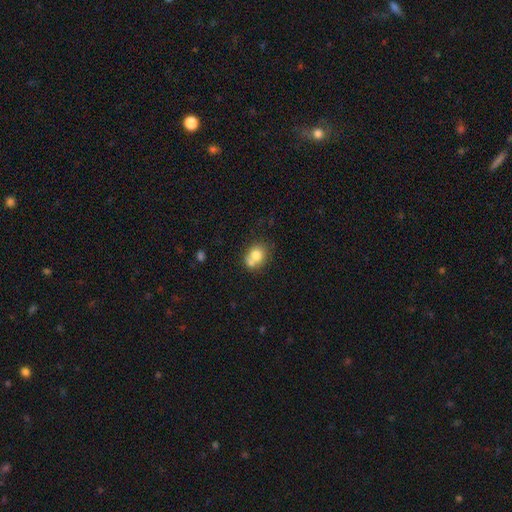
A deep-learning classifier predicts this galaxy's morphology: This is likely a smooth galaxy (73%). How rounded: likely round (63%). Merging: marginally merger (43%).